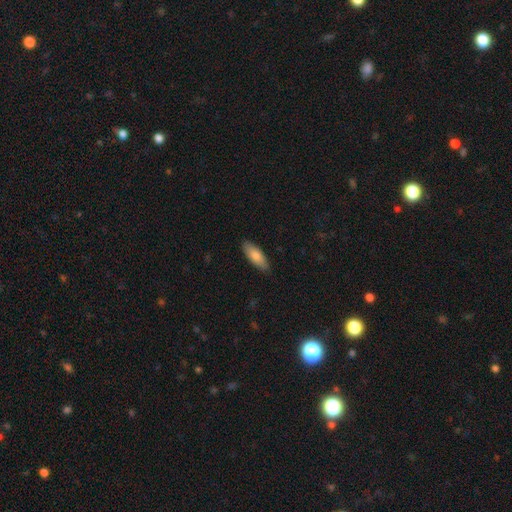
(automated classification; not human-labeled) Smooth or featured? smooth (81%)
How rounded? in between (70%)
Merging? none (86%)